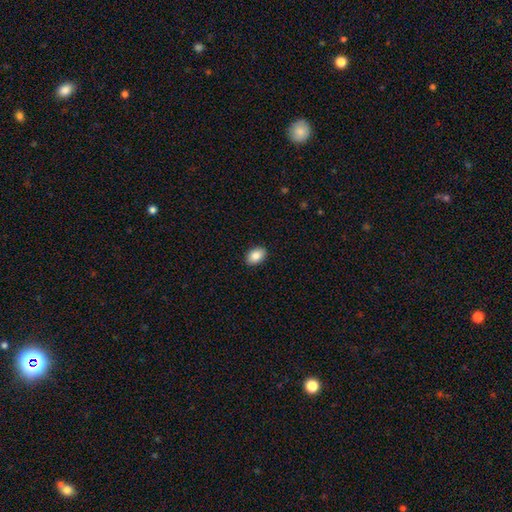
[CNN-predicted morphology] This appears to be a smooth galaxy with no disk features (86%) that is in between round and cigar-shaped (85%). Merging: none (91%).